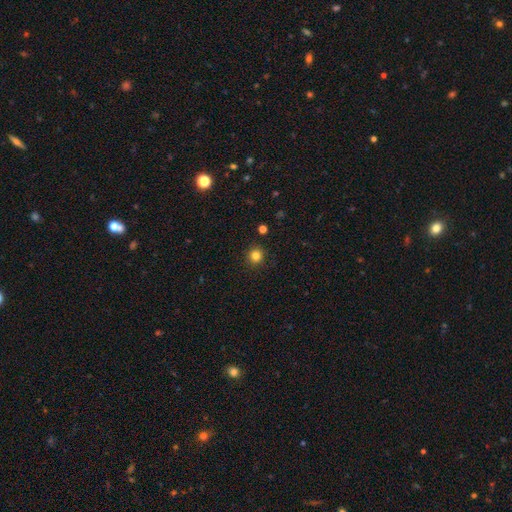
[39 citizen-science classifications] Morphology: type=smooth (85%); roundness=round (94%); merging=none (94%).